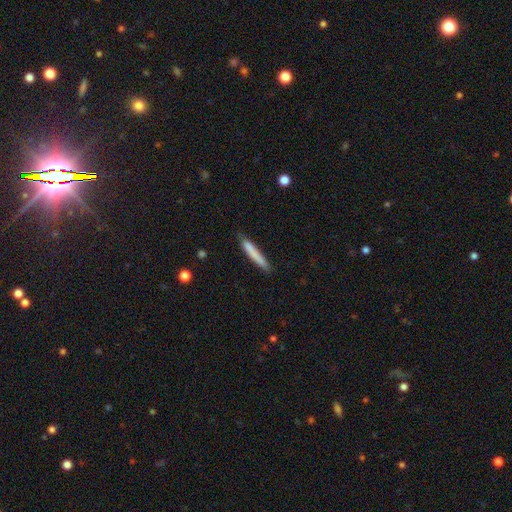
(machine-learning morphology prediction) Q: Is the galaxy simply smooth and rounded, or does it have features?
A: smooth — 78%.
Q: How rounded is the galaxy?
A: cigar-shaped — 94%.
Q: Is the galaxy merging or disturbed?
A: none — 80%.